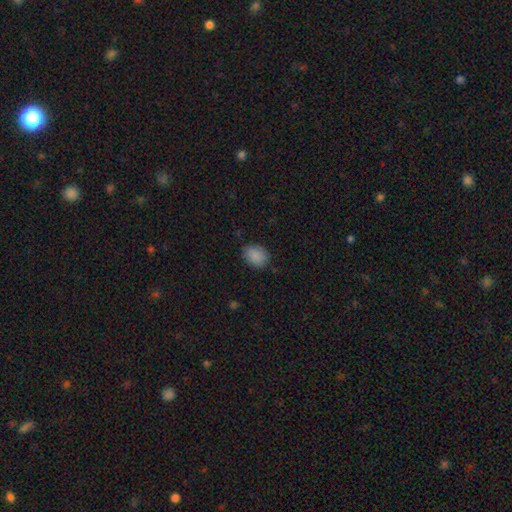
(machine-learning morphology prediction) Smooth or featured? smooth (88%)
How rounded? in between (59%)
Merging? none (82%)